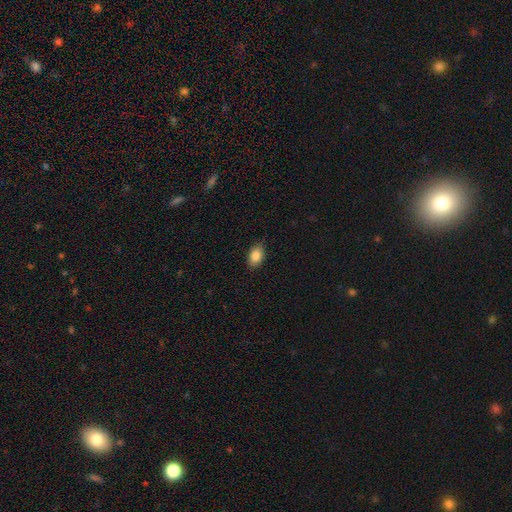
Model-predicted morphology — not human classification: type=smooth (86%); roundness=in between (87%); merging=none (85%).